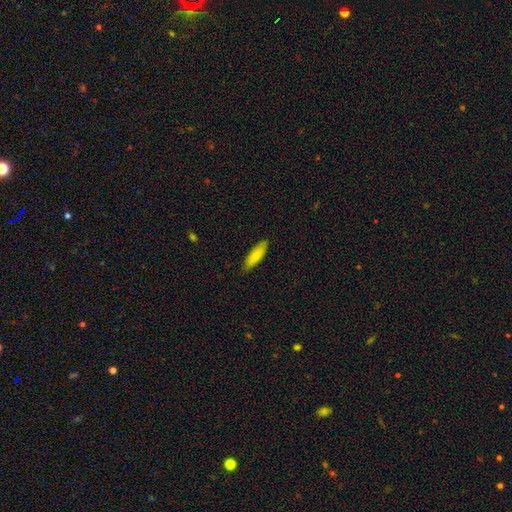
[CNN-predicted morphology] Smooth or featured: smooth — 78% (featured or disk — 16%)
How rounded: cigar-shaped — 53% (in between — 45%)
Merging: none — 86% (minor disturbance — 11%)